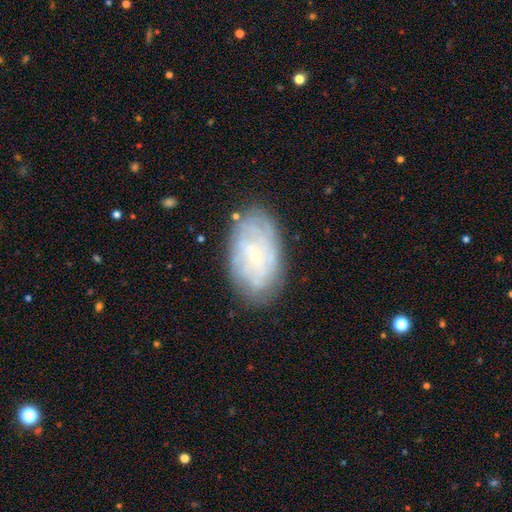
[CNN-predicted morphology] Smooth or featured? Predicted: featured or disk (p=0.61). Edge-on disk? Predicted: no (p=0.95). Bar? Predicted: no (p=0.75). Spiral arms? Predicted: yes (p=0.70). Bulge size? Predicted: small (p=0.77). Merging? Predicted: none (p=0.76).